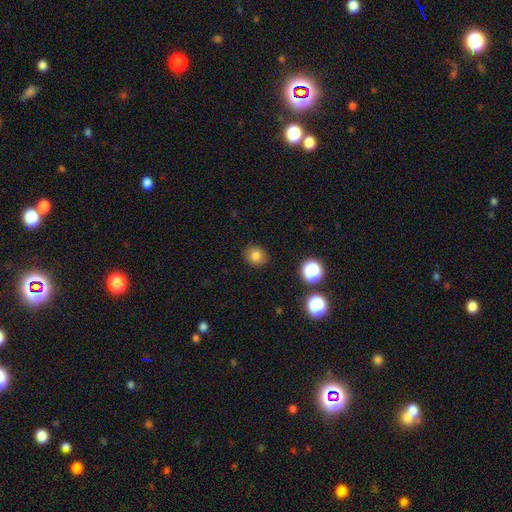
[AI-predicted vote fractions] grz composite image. It shows a smooth galaxy with no disk features (80%) that is round (76%). Merging: none (88%).